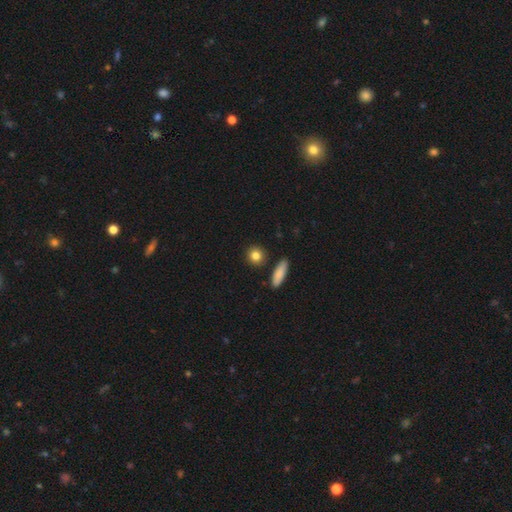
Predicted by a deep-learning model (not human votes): Overall: smooth (84%). How rounded: round (81%). Merging: none (87%).